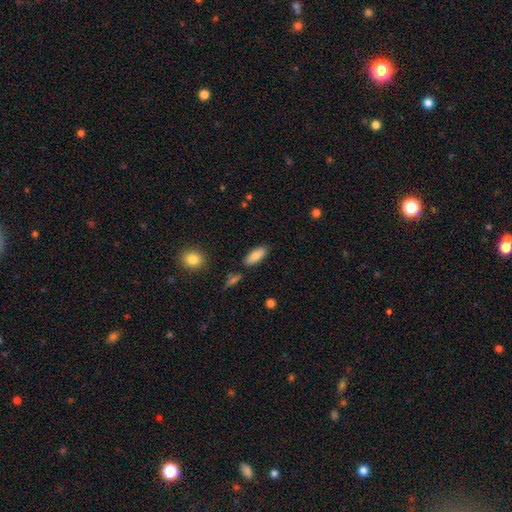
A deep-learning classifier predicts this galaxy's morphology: Smooth or featured?
  - smooth: 83% *
  - featured or disk: 10%
  - star or artifact: 7%
How rounded?
  - in between: 78% *
  - cigar-shaped: 20%
  - round: 2%
Merging?
  - none: 84% *
  - minor disturbance: 10%
  - merger: 3%
  - major disturbance: 2%